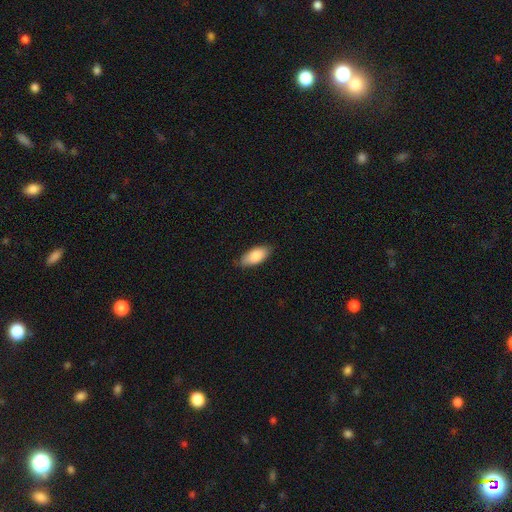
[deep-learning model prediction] smooth-or-featured: smooth: 85% | featured or disk: 9% | star or artifact: 6%
  how-rounded: in between: 90% | cigar-shaped: 8% | round: 2%
  merging: none: 81% | minor disturbance: 15% | major disturbance: 2% | merger: 1%